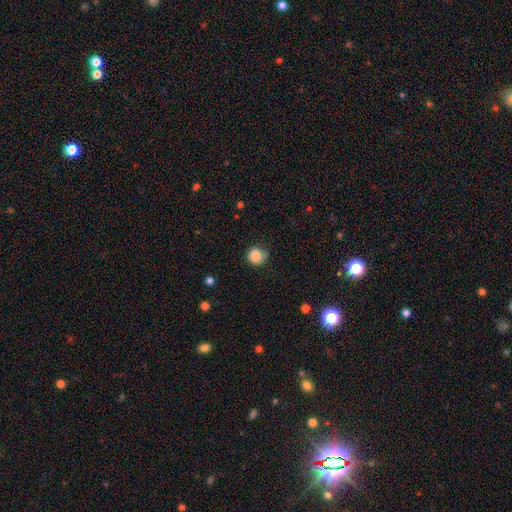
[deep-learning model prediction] Smooth or featured: smooth — 82% (star or artifact — 9%)
How rounded: round — 90% (in between — 9%)
Merging: none — 69% (minor disturbance — 23%)